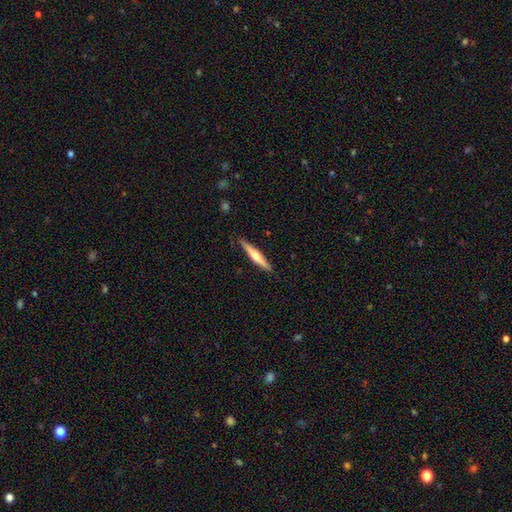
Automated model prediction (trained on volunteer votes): A featured or disk galaxy (58%) viewed edge-on (97%) with a rounded central bulge (86%).

Vote fractions:
- Smooth or featured? featured or disk: 58% / smooth: 37% / star or artifact: 5%
- Edge-on disk? yes: 97% / no: 3%
- Edge-on bulge? rounded: 86% / none: 8% / boxy: 7%
- Merging? none: 88% / minor disturbance: 9% / major disturbance: 2% / merger: 1%